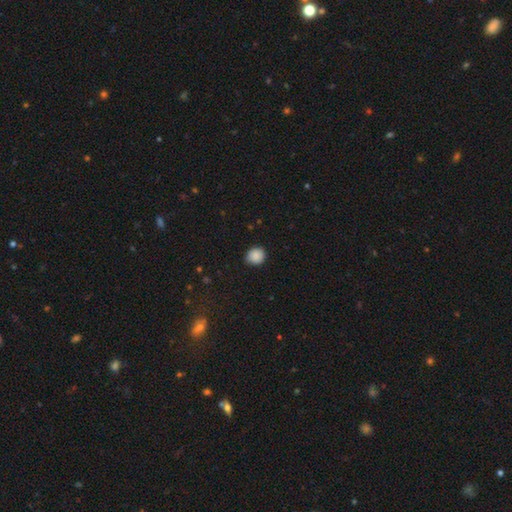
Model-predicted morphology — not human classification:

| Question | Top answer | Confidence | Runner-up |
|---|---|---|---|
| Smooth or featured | smooth | 87% | star or artifact (9%) |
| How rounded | round | 84% | in between (15%) |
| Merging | none | 87% | minor disturbance (10%) |